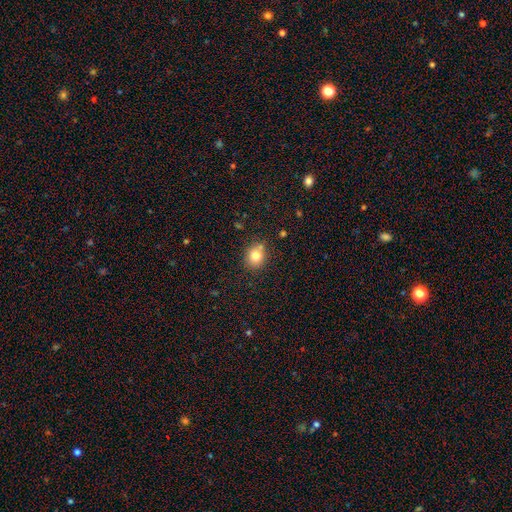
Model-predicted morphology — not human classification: This is likely a smooth galaxy (80%). How rounded: likely round (73%). Merging: likely none (74%).